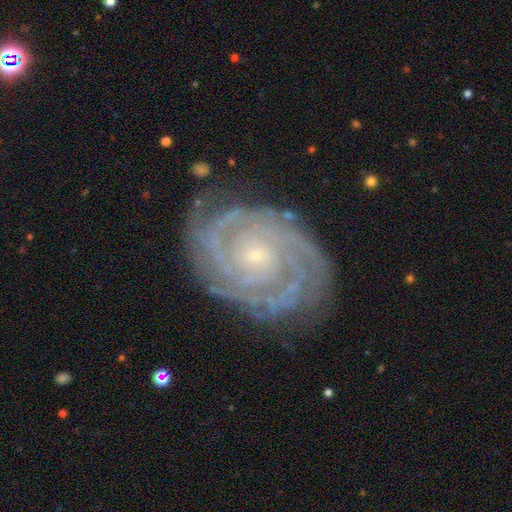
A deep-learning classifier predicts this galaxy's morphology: smooth-or-featured: featured or disk: 91% | star or artifact: 5% | smooth: 4%
  disk-edge-on: no: 98% | yes: 2%
    bar: no: 77% | weak: 16% | strong: 7%
    has-spiral-arms: yes: 99% | no: 1%
      spiral-winding: tight: 84% | medium: 14% | loose: 2%
      spiral-arm-count: 2: 29% | 3: 21% | 4: 17% | can't tell: 15% | more than 4: 10% | 1: 7%
    bulge-size: small: 85% | moderate: 12% | none: 2% | large: 1% | dominant: 1%
  merging: none: 79% | minor disturbance: 16% | major disturbance: 4% | merger: 1%